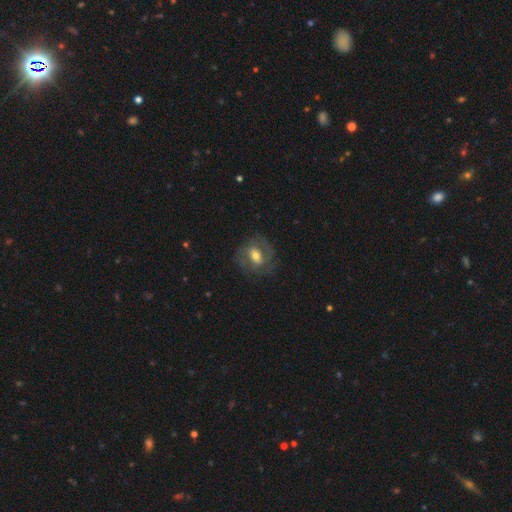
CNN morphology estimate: smooth-or-featured: featured or disk: 61% | smooth: 32% | star or artifact: 7%
  disk-edge-on: no: 95% | yes: 5%
    bar: weak: 45% | no: 30% | strong: 25%
    has-spiral-arms: yes: 72% | no: 28%
    bulge-size: moderate: 65% | small: 21% | large: 11% | none: 1% | dominant: 1%
  merging: none: 70% | minor disturbance: 17% | major disturbance: 11% | merger: 1%